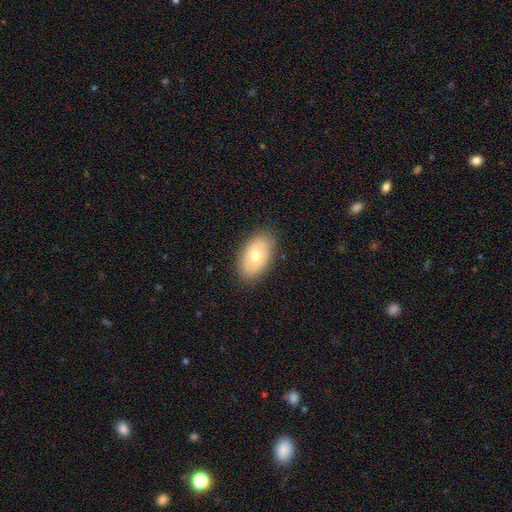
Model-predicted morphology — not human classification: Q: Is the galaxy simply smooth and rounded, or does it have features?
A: smooth — 72%.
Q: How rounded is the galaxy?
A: in between — 92%.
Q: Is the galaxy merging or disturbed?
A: none — 85%.